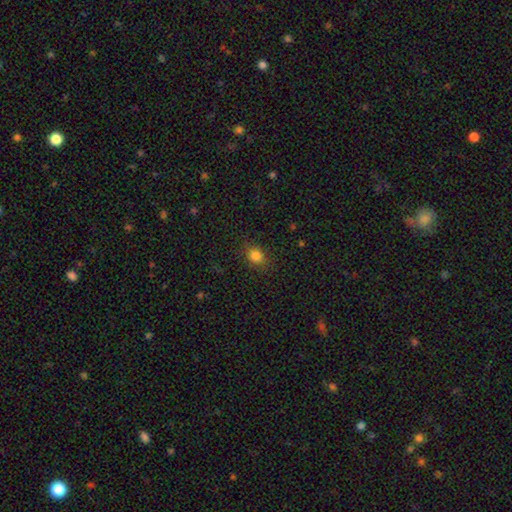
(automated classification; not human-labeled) smooth_or_featured: smooth (p=0.82) [alt: star or artifact p=0.13]
how_rounded: round (p=0.64) [alt: in between p=0.35]
merging: none (p=0.86) [alt: minor disturbance p=0.10]